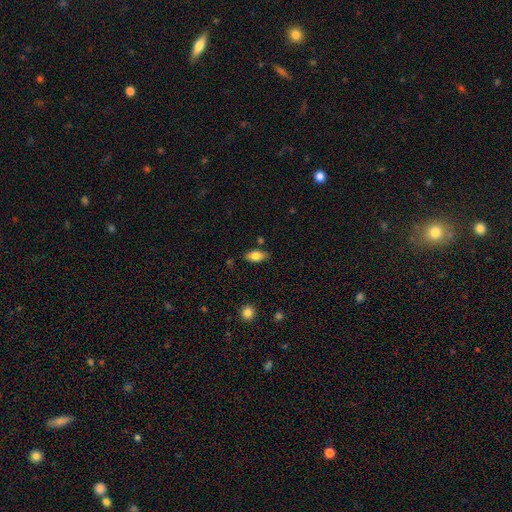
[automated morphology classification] Q: Smooth or featured?
A: smooth (79%); runner-up: featured or disk (14%)
Q: How rounded?
A: in between (90%); runner-up: cigar-shaped (7%)
Q: Merging?
A: none (81%); runner-up: minor disturbance (13%)